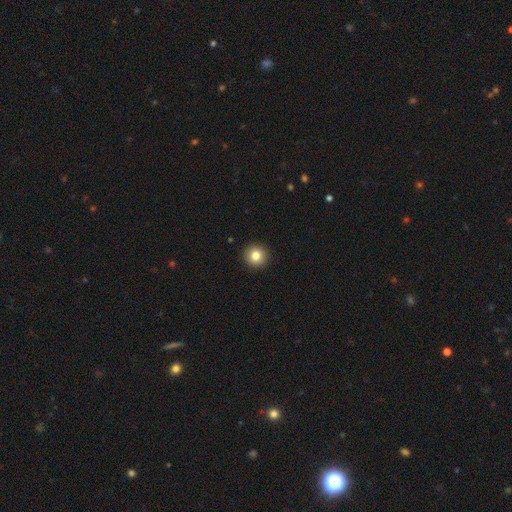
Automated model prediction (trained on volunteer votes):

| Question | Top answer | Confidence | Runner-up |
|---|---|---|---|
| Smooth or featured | smooth | 83% | star or artifact (10%) |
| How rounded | round | 94% | in between (5%) |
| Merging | none | 93% | minor disturbance (4%) |